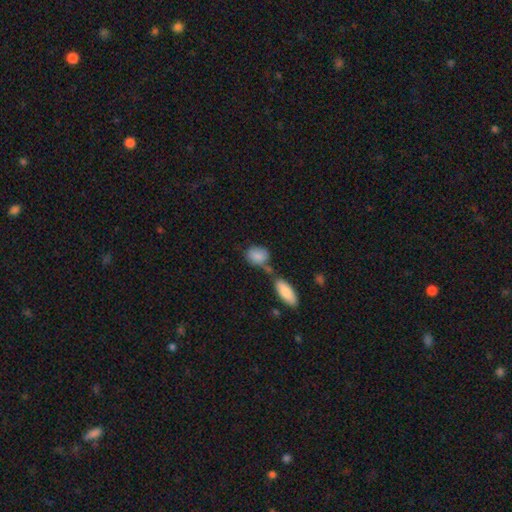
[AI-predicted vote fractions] Smooth or featured? Predicted: smooth (p=0.85). How rounded? Predicted: in between (p=0.71). Merging? Predicted: none (p=0.49).